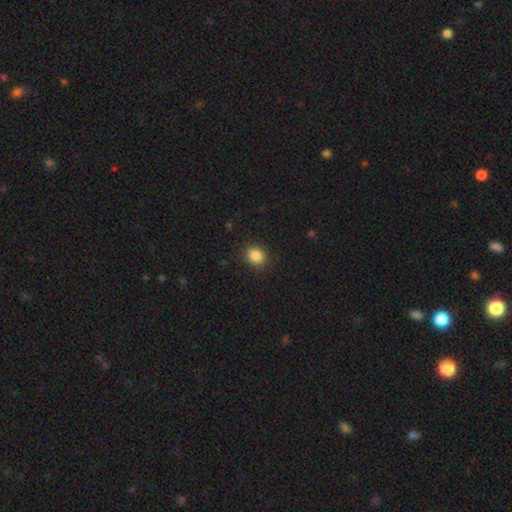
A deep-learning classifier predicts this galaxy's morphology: smooth 86%, star or artifact 10%, featured or disk 4%. Down the decision tree: how rounded — round (69%); merging — none (89%).